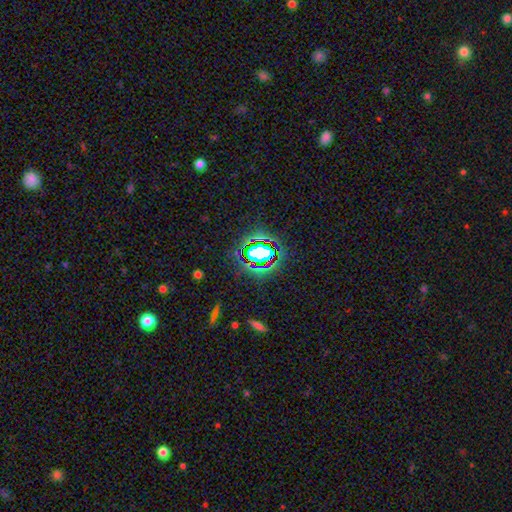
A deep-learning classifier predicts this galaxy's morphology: A star or artifact, not a galaxy (78%).